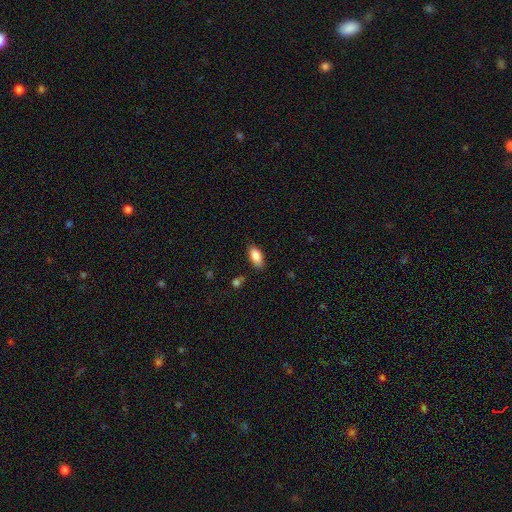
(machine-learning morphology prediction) A smooth galaxy with no disk features (86%) that is in between round and cigar-shaped (90%).

Vote fractions:
- Smooth or featured? smooth: 86% / star or artifact: 7% / featured or disk: 7%
- How rounded? in between: 90% / cigar-shaped: 7% / round: 3%
- Merging? none: 81% / minor disturbance: 14% / major disturbance: 3% / merger: 2%